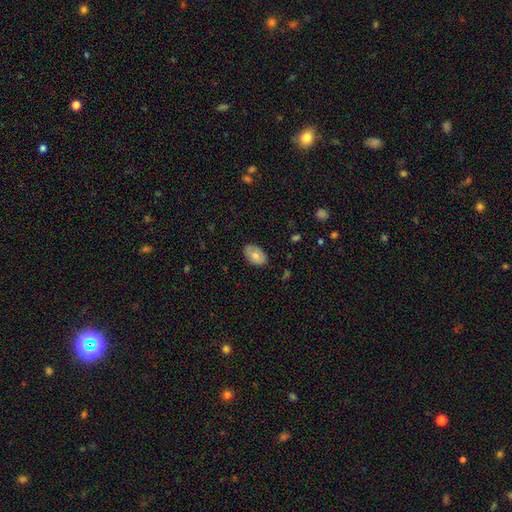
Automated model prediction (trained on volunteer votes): This is likely a smooth galaxy (73%). How rounded: clearly in between (90%). Merging: likely none (79%).